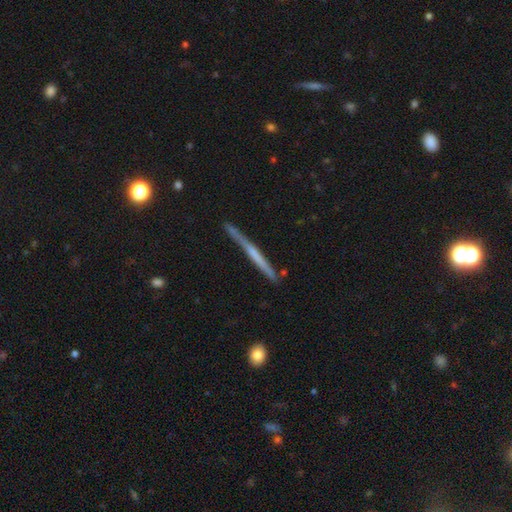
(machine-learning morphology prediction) A featured or disk galaxy (57%) viewed edge-on (97%) with no central bulge (75%). Merging: none (81%).